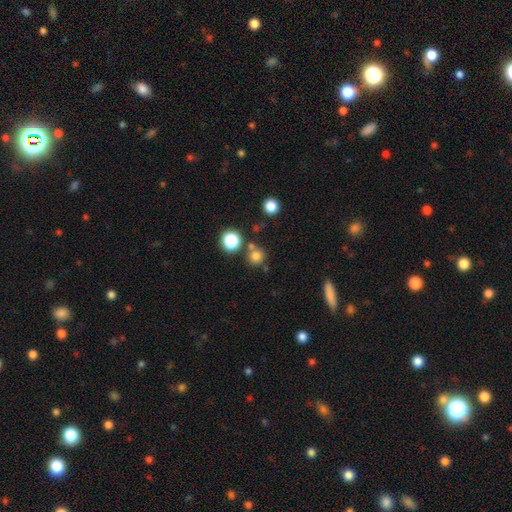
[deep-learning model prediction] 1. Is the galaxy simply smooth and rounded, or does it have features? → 76% smooth, 18% star or artifact, 7% featured or disk.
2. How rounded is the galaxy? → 92% round, 7% in between, 1% cigar-shaped.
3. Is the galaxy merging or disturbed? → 74% none, 15% merger, 8% minor disturbance, 3% major disturbance.